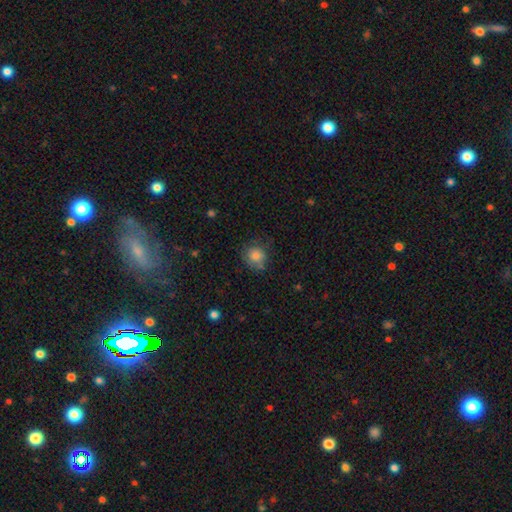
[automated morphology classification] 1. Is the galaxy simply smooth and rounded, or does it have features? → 82% smooth, 10% star or artifact, 8% featured or disk.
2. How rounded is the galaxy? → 87% round, 13% in between, 1% cigar-shaped.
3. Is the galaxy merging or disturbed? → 71% none, 20% minor disturbance, 6% major disturbance, 4% merger.